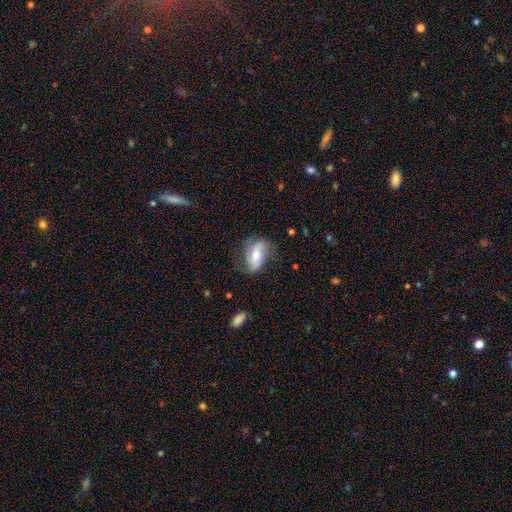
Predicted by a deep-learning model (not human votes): featured or disk 61%, smooth 31%, star or artifact 7%. Down the decision tree: edge-on disk — no (93%); bar — no (36%); spiral arms — yes (82%); bulge size — moderate (65%); merging — none (63%).